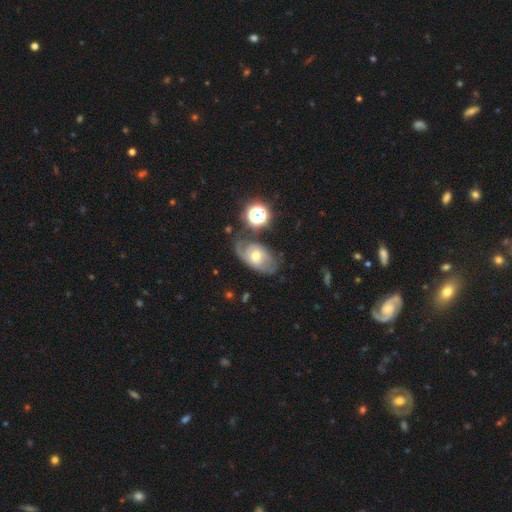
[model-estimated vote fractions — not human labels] Smooth or featured: featured or disk — 66% (smooth — 24%)
Edge-on disk: no — 94% (yes — 6%)
Bar: no — 73% (weak — 23%)
Spiral arms: yes — 82% (no — 18%)
Spiral winding: tight — 46% (medium — 37%)
Spiral arm count: 2 — 44% (can't tell — 28%)
Bulge size: moderate — 65% (small — 29%)
Merging: none — 51% (minor disturbance — 26%)